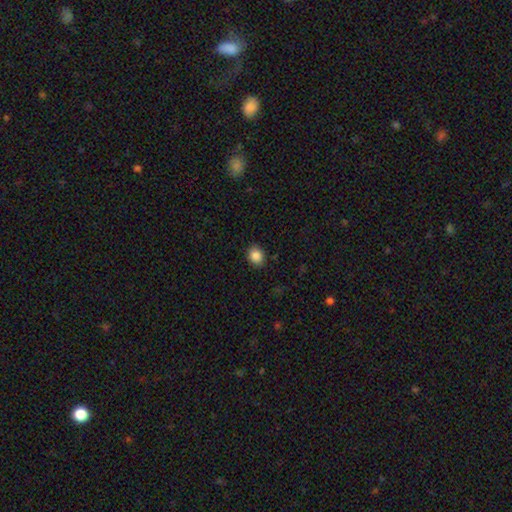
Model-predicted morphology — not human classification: smooth_or_featured: smooth (p=0.86) [alt: star or artifact p=0.09]
how_rounded: round (p=0.52) [alt: in between p=0.47]
merging: none (p=0.88) [alt: minor disturbance p=0.09]